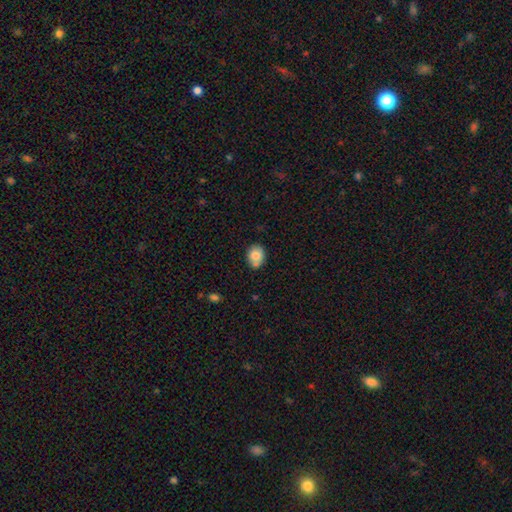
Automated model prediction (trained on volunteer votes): smooth 78%, featured or disk 13%, star or artifact 9%. Down the decision tree: how rounded — round (57%); merging — none (65%).